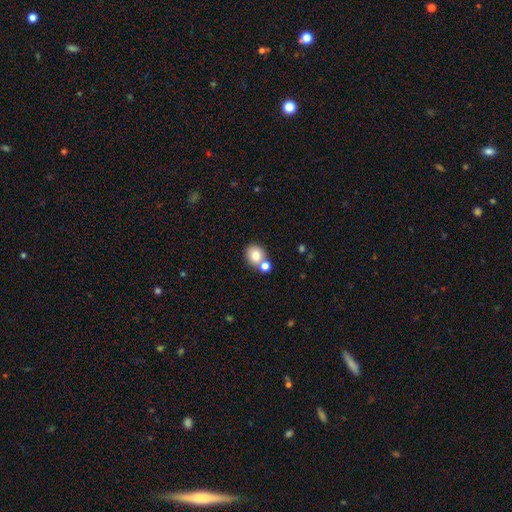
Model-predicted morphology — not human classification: smooth 79%, featured or disk 11%, star or artifact 10%. Down the decision tree: how rounded — round (74%); merging — none (54%).